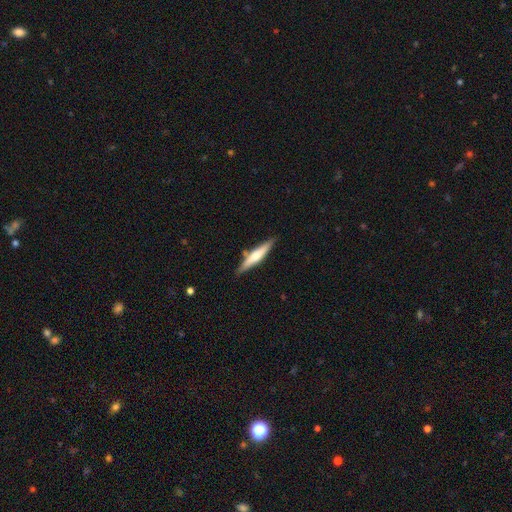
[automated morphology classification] Smooth or featured? Predicted: featured or disk (p=0.49). Merging? Predicted: none (p=0.83).